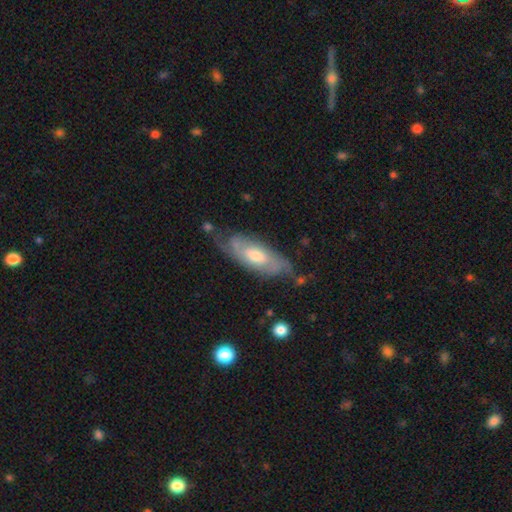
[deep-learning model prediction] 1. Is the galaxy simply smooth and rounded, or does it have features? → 70% featured or disk, 25% smooth, 5% star or artifact.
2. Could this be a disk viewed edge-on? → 84% no, 16% yes.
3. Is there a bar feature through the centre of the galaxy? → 63% no, 31% weak, 6% strong.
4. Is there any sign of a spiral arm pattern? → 88% yes, 12% no.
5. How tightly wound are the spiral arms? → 50% tight, 37% medium, 14% loose.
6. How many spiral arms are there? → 47% 2, 38% can't tell, 6% 3, 4% 1, 3% 4, 2% more than 4.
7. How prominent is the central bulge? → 65% moderate, 19% small, 13% large, 2% none, 1% dominant.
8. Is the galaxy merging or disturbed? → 63% none, 25% minor disturbance, 9% major disturbance, 3% merger.